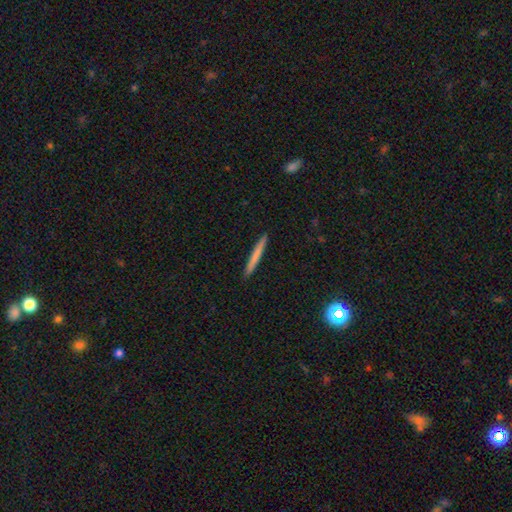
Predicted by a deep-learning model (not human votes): This is likely a smooth galaxy (71%). How rounded: clearly cigar-shaped (97%). Merging: clearly none (93%).